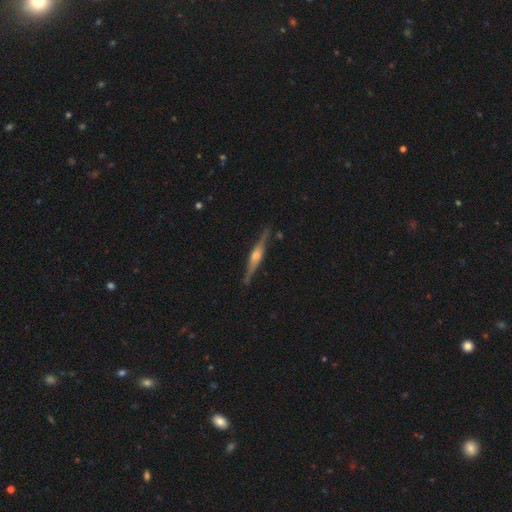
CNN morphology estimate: Overall: featured or disk (82%). Edge-on disk: yes (98%). Edge-on bulge: rounded (81%). Merging: none (88%).